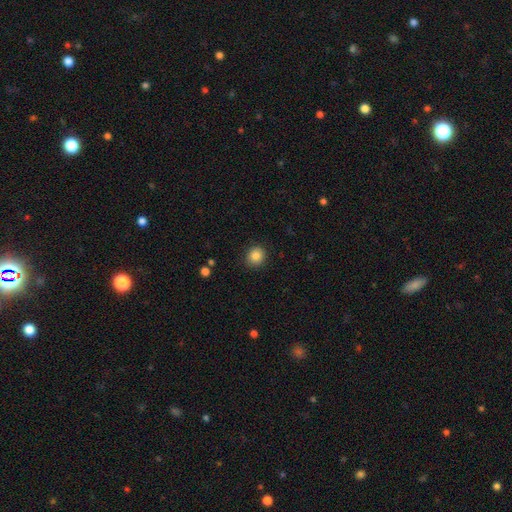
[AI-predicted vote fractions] The model was most divided on "how rounded": round: 85%, in between: 14%, cigar-shaped: 1%. More confident: merging — none (89%); smooth or featured — smooth (84%).